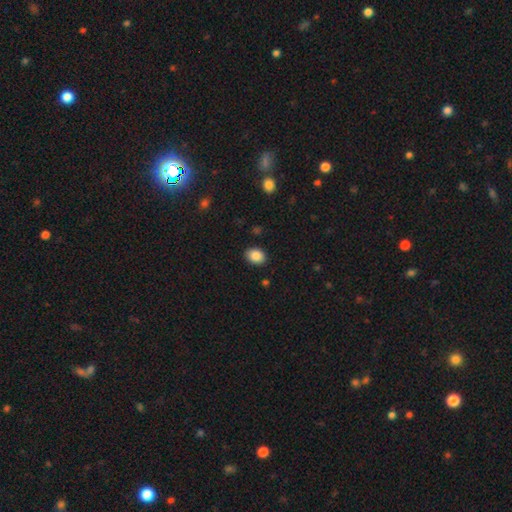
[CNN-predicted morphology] Overall: smooth (87%). How rounded: in between (67%; round 32%). Merging: none (88%).